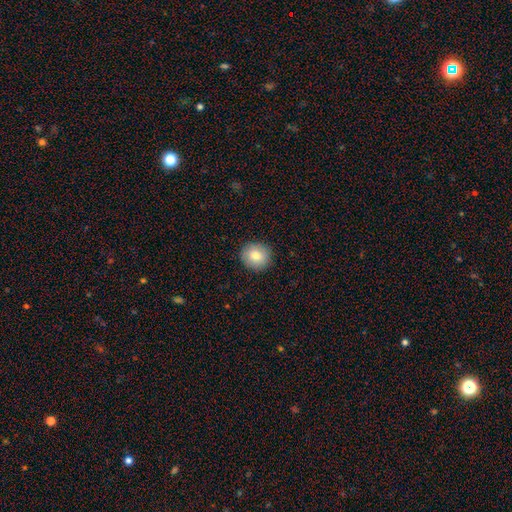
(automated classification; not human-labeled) smooth 79%, featured or disk 12%, star or artifact 9%. Down the decision tree: how rounded — round (88%); merging — none (90%).